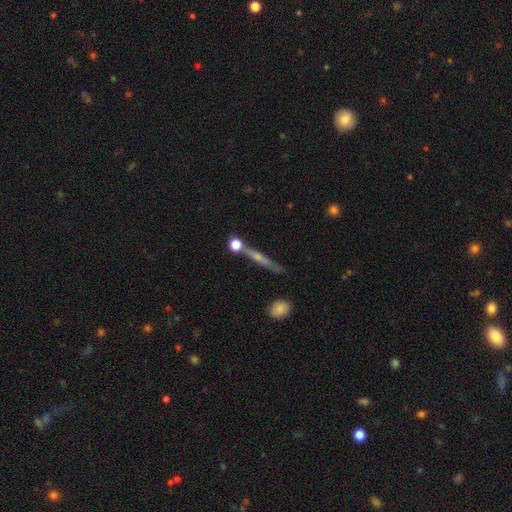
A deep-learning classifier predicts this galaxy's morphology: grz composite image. It shows a featured or disk galaxy (56%) viewed edge-on (93%) with a rounded central bulge (56%). Merging: none (73%).